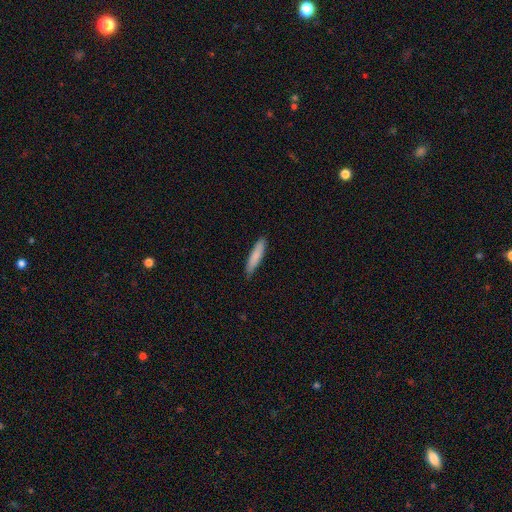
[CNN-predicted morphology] Smooth or featured? Predicted: smooth (p=0.83). How rounded? Predicted: cigar-shaped (p=0.86). Merging? Predicted: none (p=0.84).